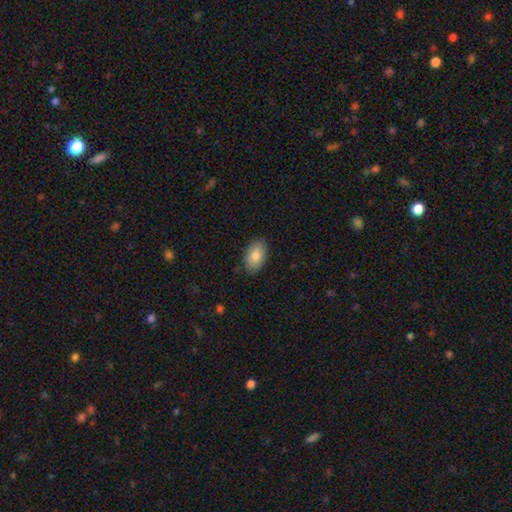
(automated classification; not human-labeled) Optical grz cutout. It shows a smooth galaxy with no disk features (83%) that is in between round and cigar-shaped (93%). Merging: none (86%).